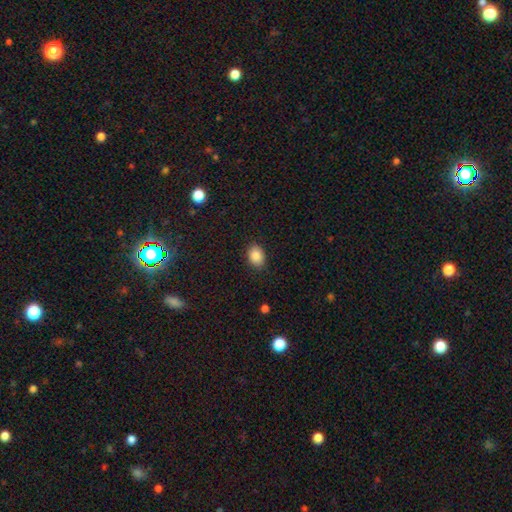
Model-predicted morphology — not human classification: Overall: smooth (87%). How rounded: in between (75%). Merging: none (87%).